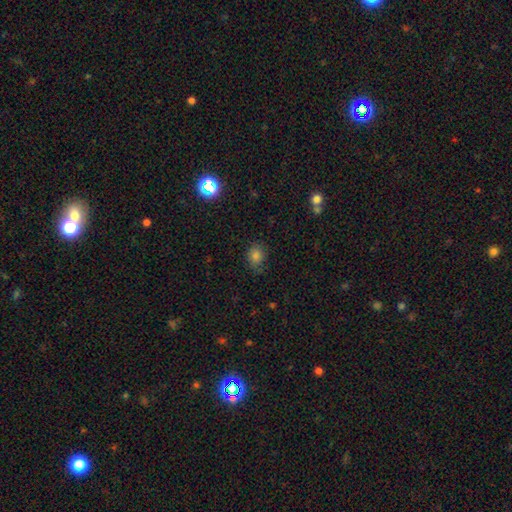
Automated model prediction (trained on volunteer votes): smooth 74%, star or artifact 18%, featured or disk 8%. Down the decision tree: how rounded — round (54%); merging — none (72%).